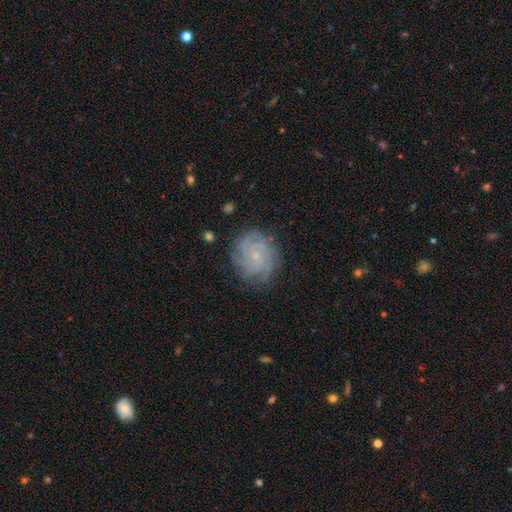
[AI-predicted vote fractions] Smooth or featured? Predicted: featured or disk (p=0.81). Edge-on disk? Predicted: no (p=0.98). Bar? Predicted: no (p=0.76). Spiral arms? Predicted: yes (p=0.97). Spiral winding? Predicted: tight (p=0.71). Spiral arm count? Predicted: 4 (p=0.29). Bulge size? Predicted: small (p=0.80). Merging? Predicted: none (p=0.80).